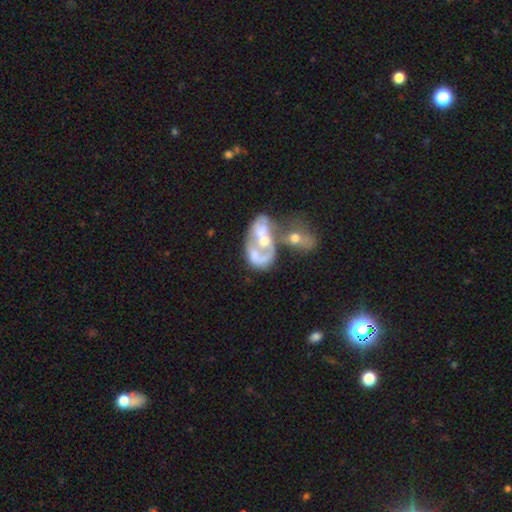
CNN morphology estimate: The model was most divided on "bulge size": moderate: 49%, none: 22%, small: 16%, large: 10%, dominant: 3%. More confident: edge-on disk — no (97%); bar — no (86%); spiral arms — no (74%); merging — merger (70%); smooth or featured — featured or disk (61%).